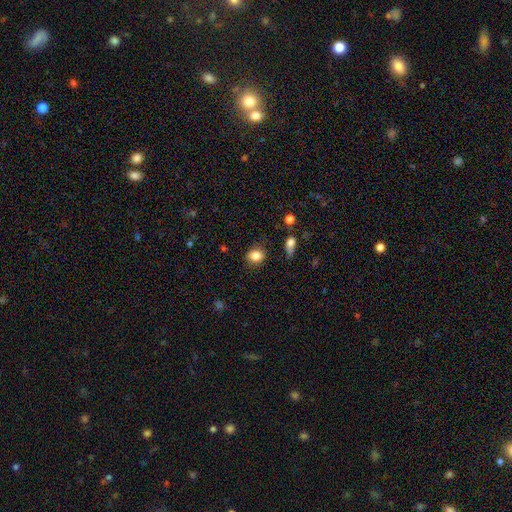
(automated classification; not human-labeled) Q: Smooth or featured?
A: smooth (83%); runner-up: star or artifact (10%)
Q: How rounded?
A: round (57%); runner-up: in between (41%)
Q: Merging?
A: none (77%); runner-up: minor disturbance (16%)